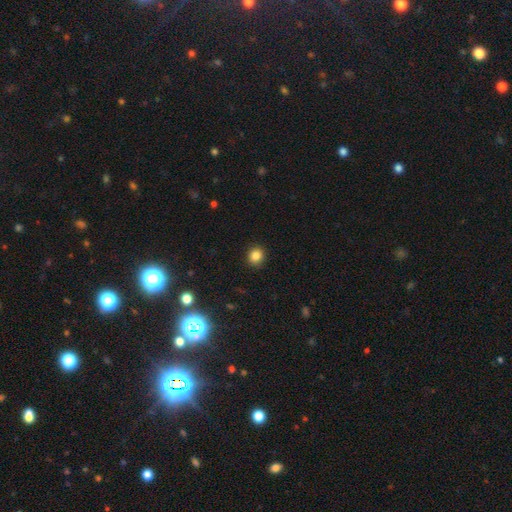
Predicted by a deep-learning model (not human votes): The model was most divided on "smooth or featured": smooth: 84%, star or artifact: 12%, featured or disk: 4%. More confident: merging — none (91%); how rounded — round (88%).